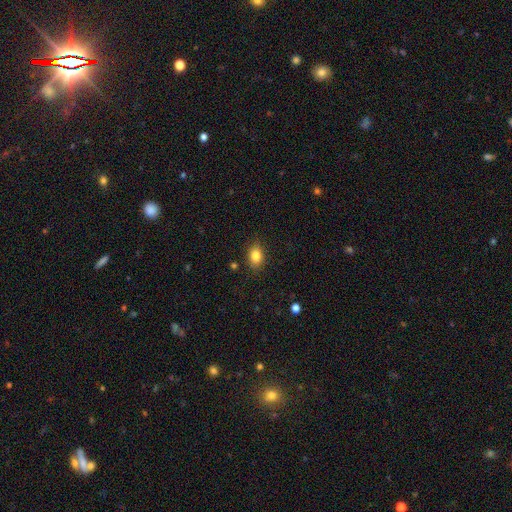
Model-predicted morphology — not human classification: Overall: smooth (83%). How rounded: in between (75%). Merging: none (85%).